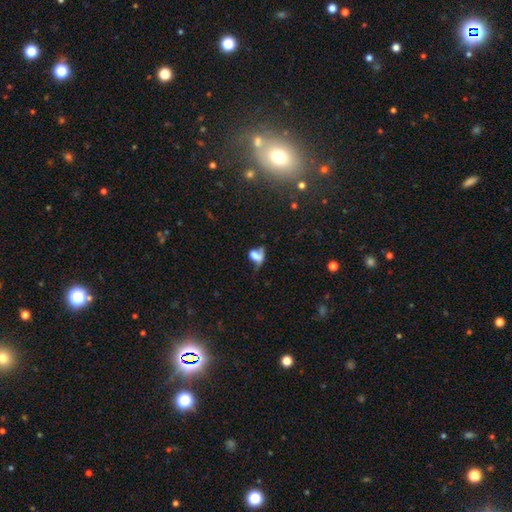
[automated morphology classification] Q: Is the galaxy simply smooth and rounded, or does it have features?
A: smooth — 57%.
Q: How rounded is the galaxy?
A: in between — 71%.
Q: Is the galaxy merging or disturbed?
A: major disturbance — 28%.